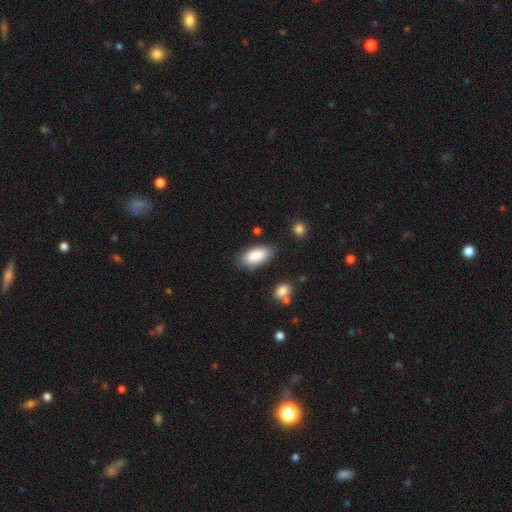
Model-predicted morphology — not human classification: Smooth or featured? smooth (88%)
How rounded? in between (92%)
Merging? none (81%)